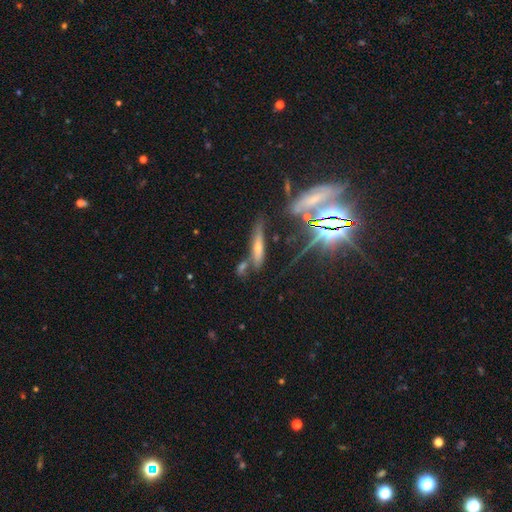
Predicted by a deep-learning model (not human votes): smooth_or_featured: star or artifact (p=0.45) [alt: featured or disk p=0.38]